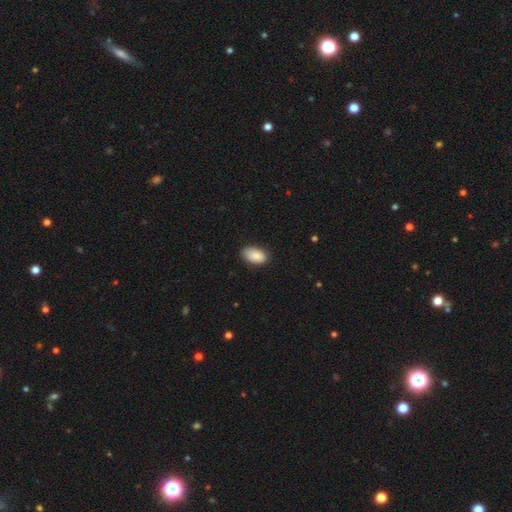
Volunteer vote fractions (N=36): Overall: smooth (92%). How rounded: in between (97%). Merging: none (83%).